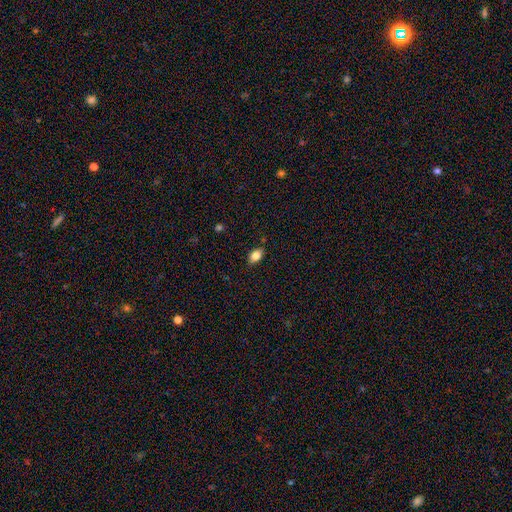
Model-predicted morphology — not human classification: Smooth or featured?
  - smooth: 83% *
  - star or artifact: 9%
  - featured or disk: 7%
How rounded?
  - in between: 86% *
  - round: 12%
  - cigar-shaped: 2%
Merging?
  - none: 85% *
  - minor disturbance: 12%
  - major disturbance: 2%
  - merger: 1%